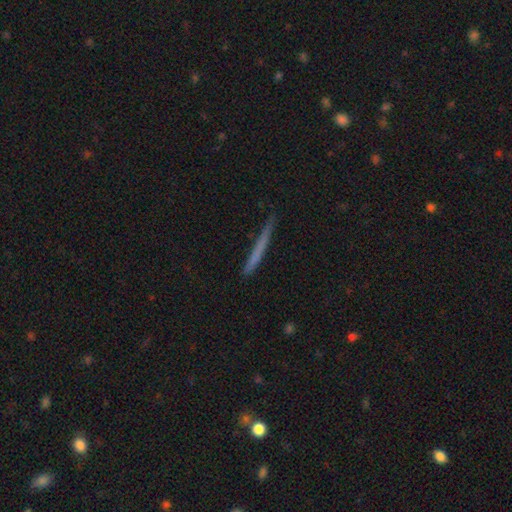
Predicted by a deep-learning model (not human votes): A smooth galaxy with no disk features (62%) that is cigar-shaped (97%). Merging: none (83%).